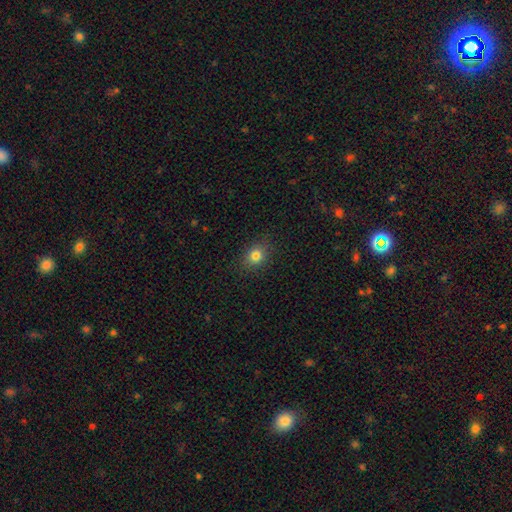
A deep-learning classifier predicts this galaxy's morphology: smooth_or_featured: smooth (p=0.80) [alt: star or artifact p=0.13]
how_rounded: round (p=0.59) [alt: in between p=0.40]
merging: none (p=0.87) [alt: minor disturbance p=0.09]